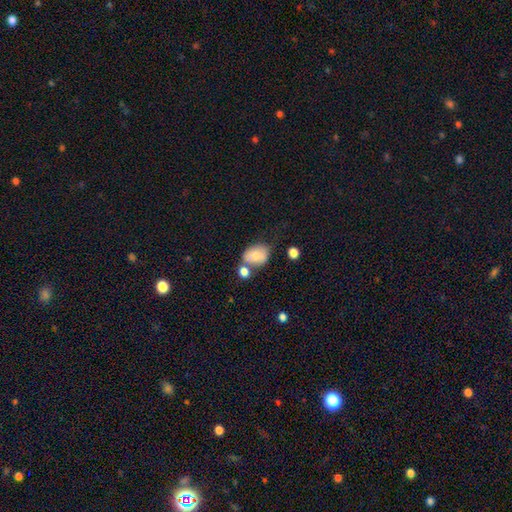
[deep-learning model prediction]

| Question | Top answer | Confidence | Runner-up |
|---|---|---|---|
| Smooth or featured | smooth | 73% | featured or disk (18%) |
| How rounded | in between | 68% | round (31%) |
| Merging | none | 48% | merger (26%) |